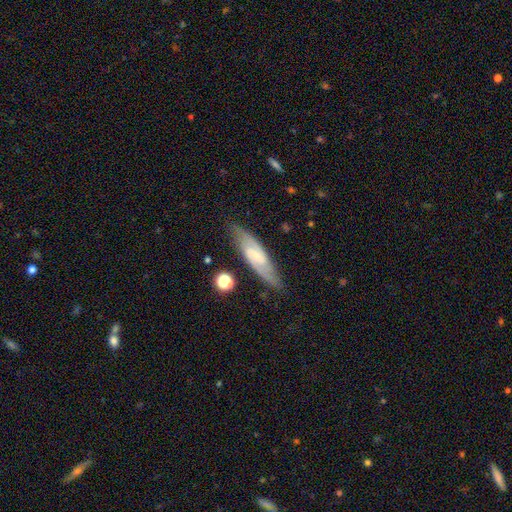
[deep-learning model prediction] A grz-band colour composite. It shows a featured or disk galaxy (72%) with a weak bar (48%), 2 (82%) medium (49%) spiral arms (93%) and a small central bulge (60%). Merging: none (81%).